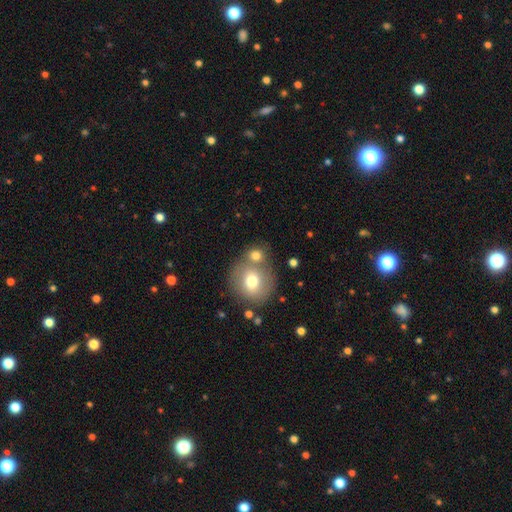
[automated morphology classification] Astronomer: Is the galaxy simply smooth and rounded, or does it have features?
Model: smooth — 74%.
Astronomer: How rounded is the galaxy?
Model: round — 80%.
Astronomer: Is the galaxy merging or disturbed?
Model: none — 48% (runner-up: merger, 38%).